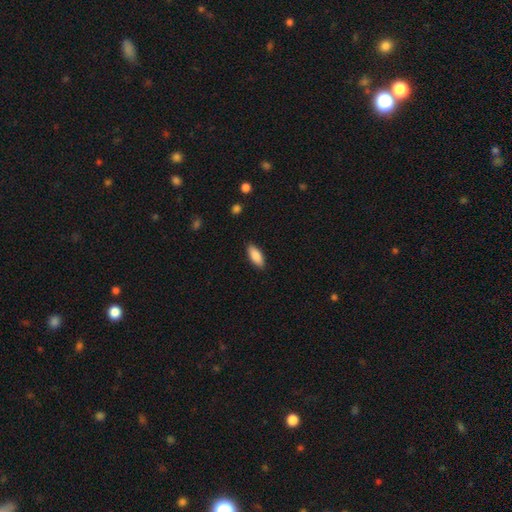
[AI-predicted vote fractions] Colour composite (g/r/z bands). It shows a smooth galaxy with no disk features (86%) that is in between round and cigar-shaped (79%). Merging: none (88%).